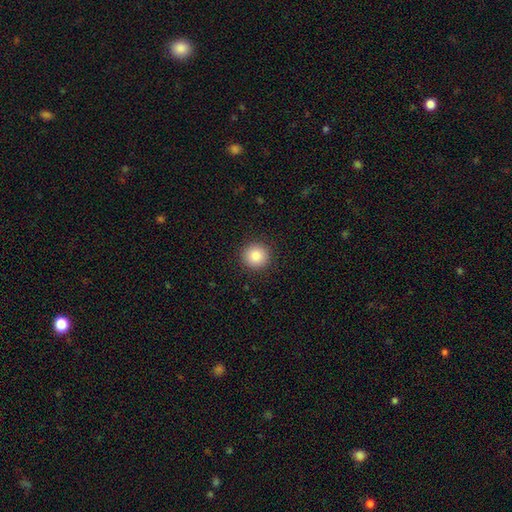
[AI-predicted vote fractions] Morphology: type=smooth (86%); roundness=round (94%); merging=none (92%).